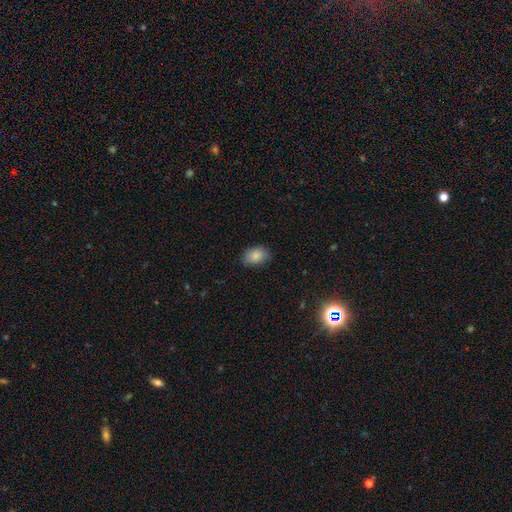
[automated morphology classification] Smooth or featured?
  - smooth: 86% *
  - star or artifact: 8%
  - featured or disk: 6%
How rounded?
  - in between: 83% *
  - round: 16%
  - cigar-shaped: 1%
Merging?
  - none: 77% *
  - minor disturbance: 18%
  - major disturbance: 3%
  - merger: 1%